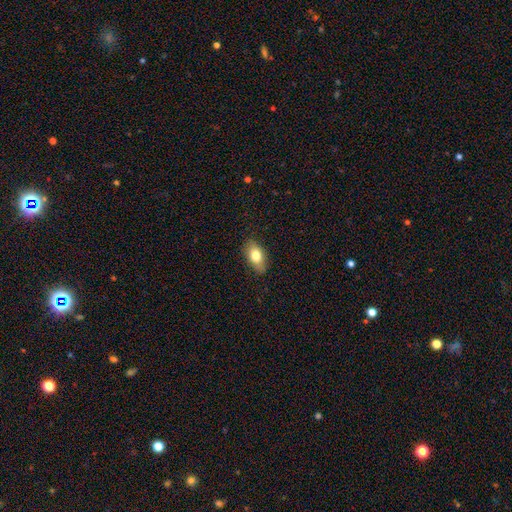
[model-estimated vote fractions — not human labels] Smooth or featured? smooth (78%)
How rounded? in between (88%)
Merging? none (83%)